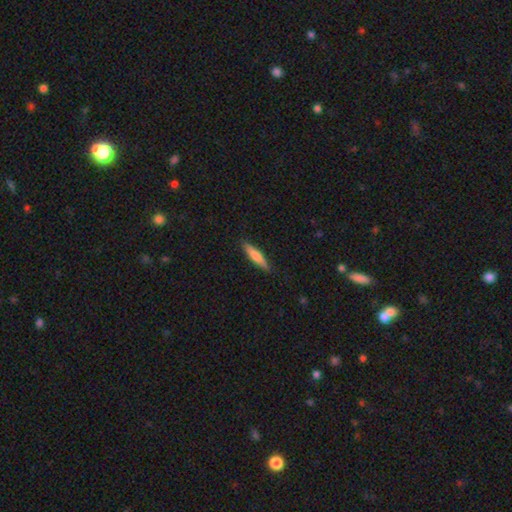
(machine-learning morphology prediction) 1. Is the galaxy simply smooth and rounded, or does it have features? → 64% smooth, 30% featured or disk, 6% star or artifact.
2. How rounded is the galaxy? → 86% cigar-shaped, 13% in between, 2% round.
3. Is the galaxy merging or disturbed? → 89% none, 8% minor disturbance, 2% major disturbance, 1% merger.